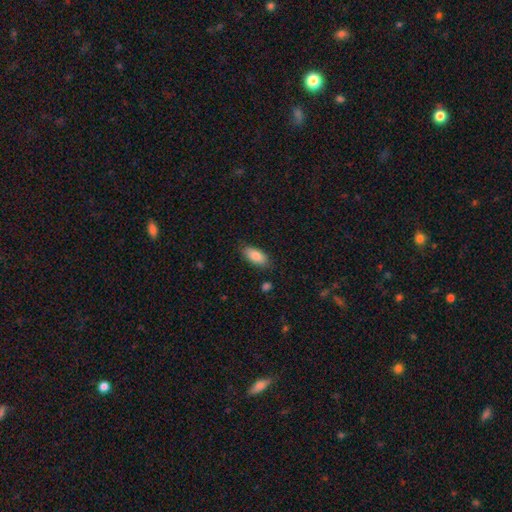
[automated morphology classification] A smooth galaxy with no disk features (84%) that is in between round and cigar-shaped (88%). Merging: none (83%).